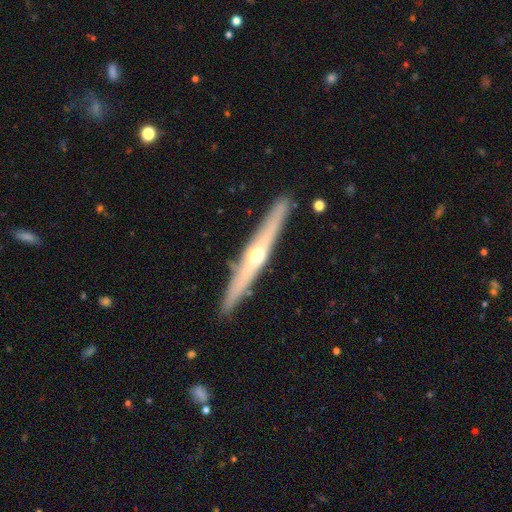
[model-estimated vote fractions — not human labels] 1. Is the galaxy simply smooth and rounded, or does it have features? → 70% featured or disk, 24% smooth, 5% star or artifact.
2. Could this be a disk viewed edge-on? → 96% yes, 4% no.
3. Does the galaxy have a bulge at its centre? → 87% rounded, 10% none, 3% boxy.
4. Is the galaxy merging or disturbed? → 90% none, 7% minor disturbance, 2% merger, 1% major disturbance.